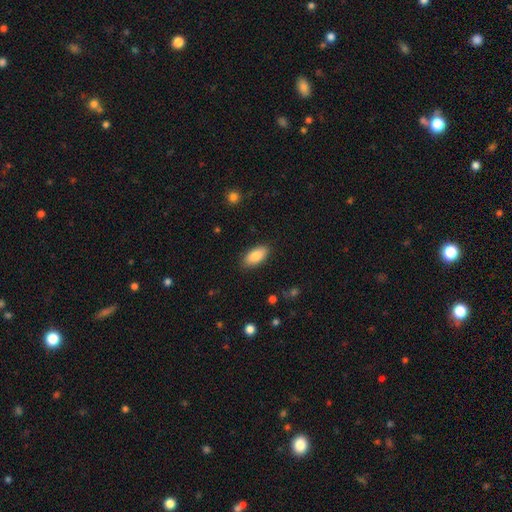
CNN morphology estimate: smooth 87%, featured or disk 7%, star or artifact 6%. Down the decision tree: how rounded — in between (91%); merging — none (87%).